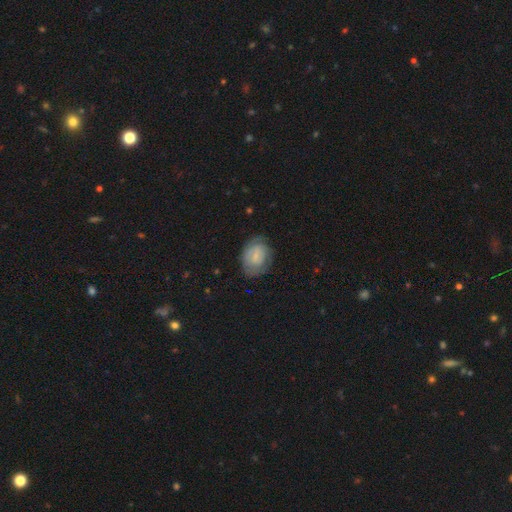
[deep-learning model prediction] Smooth or featured? Predicted: featured or disk (p=0.46, tied with smooth). Merging? Predicted: none (p=0.66).